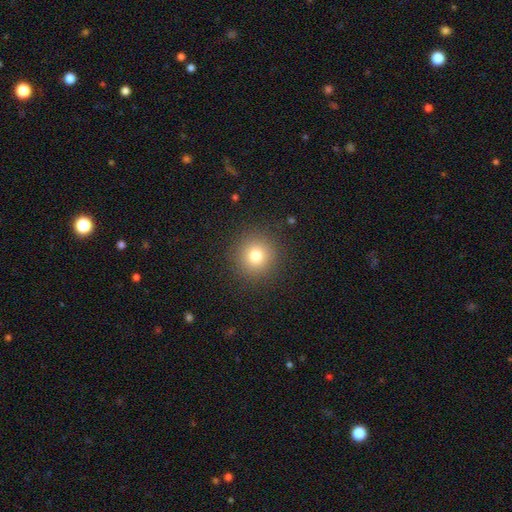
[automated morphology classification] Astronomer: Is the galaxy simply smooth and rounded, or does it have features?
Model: smooth — 78%.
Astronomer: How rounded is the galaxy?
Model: round — 93%.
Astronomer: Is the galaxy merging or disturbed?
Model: none — 90%.